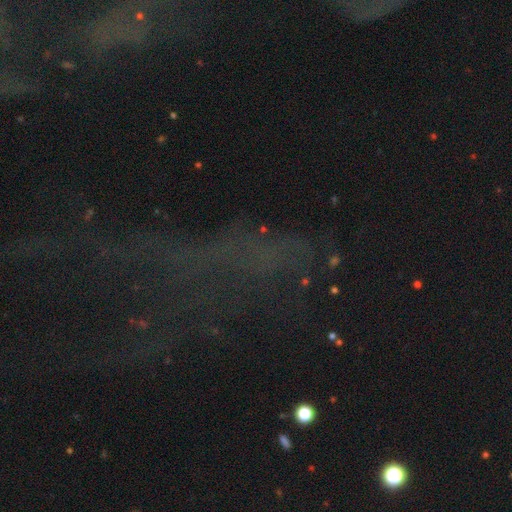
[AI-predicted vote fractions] Q: Smooth or featured?
A: star or artifact (63%); runner-up: featured or disk (20%)